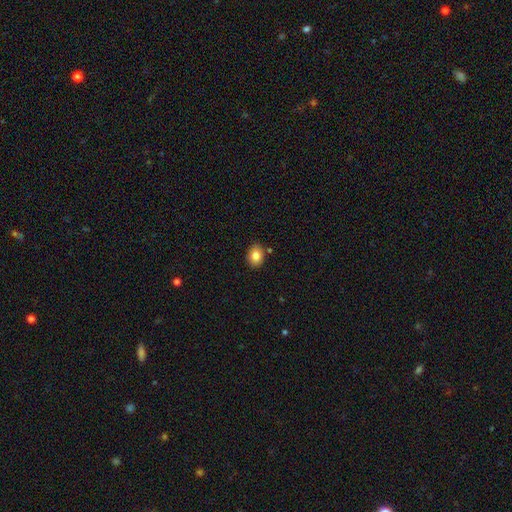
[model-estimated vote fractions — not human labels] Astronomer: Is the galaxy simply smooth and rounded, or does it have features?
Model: smooth — 85%.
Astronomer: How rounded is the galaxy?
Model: in between — 60% (runner-up: round, 39%).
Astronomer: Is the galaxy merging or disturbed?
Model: none — 84%.